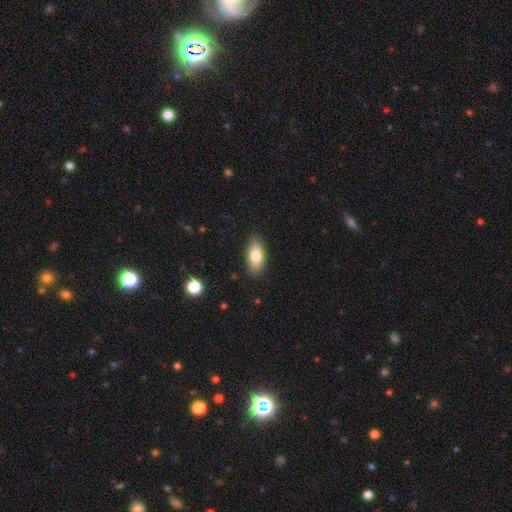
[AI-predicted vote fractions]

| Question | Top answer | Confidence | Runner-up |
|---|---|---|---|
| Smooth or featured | smooth | 79% | featured or disk (14%) |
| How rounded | in between | 87% | cigar-shaped (9%) |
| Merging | none | 87% | minor disturbance (9%) |